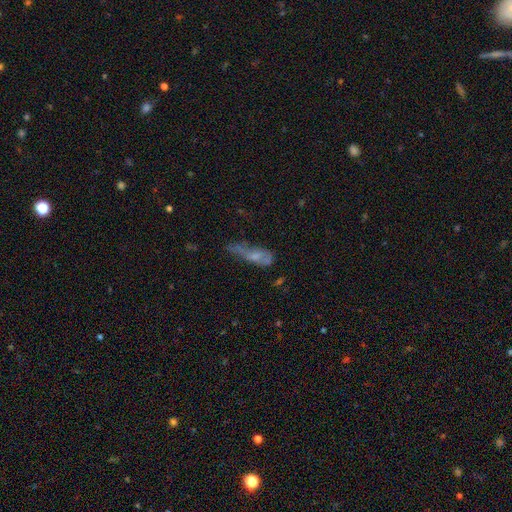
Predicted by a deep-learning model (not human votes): This appears to be a smooth galaxy with no disk features (47%). Merging: none (34%).